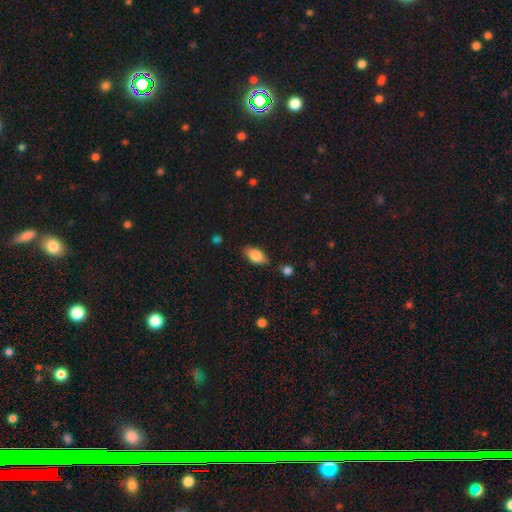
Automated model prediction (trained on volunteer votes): Q: Smooth or featured?
A: smooth (80%); runner-up: featured or disk (13%)
Q: How rounded?
A: in between (89%); runner-up: cigar-shaped (8%)
Q: Merging?
A: none (78%); runner-up: minor disturbance (15%)